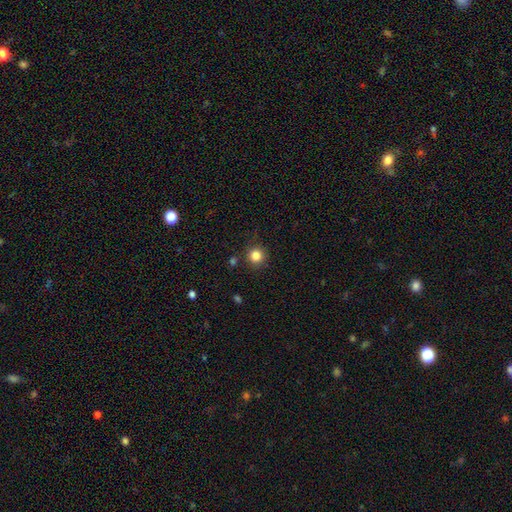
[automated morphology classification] Smooth or featured: smooth — 84% (star or artifact — 12%)
How rounded: round — 94% (in between — 5%)
Merging: none — 88% (minor disturbance — 7%)